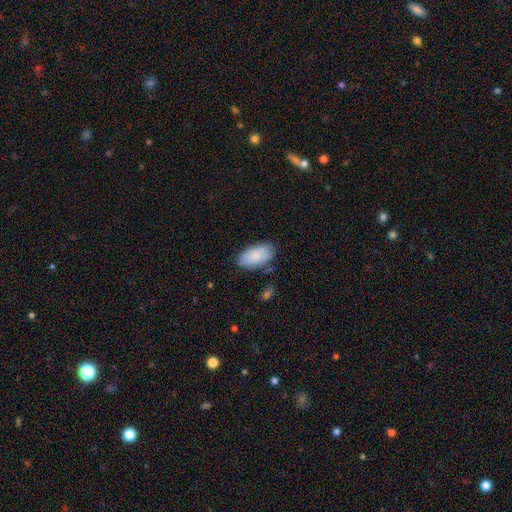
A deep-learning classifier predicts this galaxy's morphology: Smooth or featured? Predicted: smooth (p=0.85). How rounded? Predicted: in between (p=0.95). Merging? Predicted: none (p=0.75).